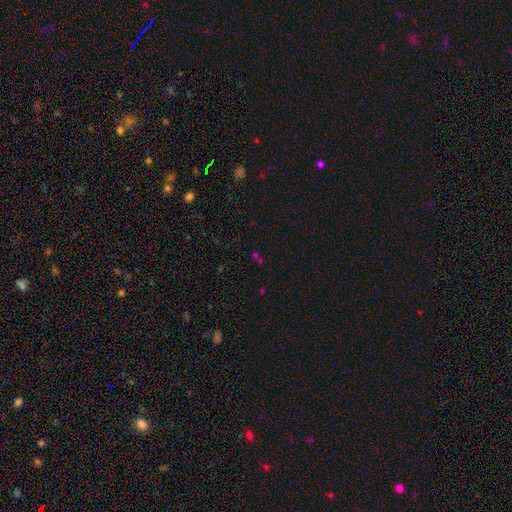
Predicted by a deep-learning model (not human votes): A star or artifact, not a galaxy (52%).

Vote fractions:
- Smooth or featured? star or artifact: 52% / smooth: 38% / featured or disk: 11%